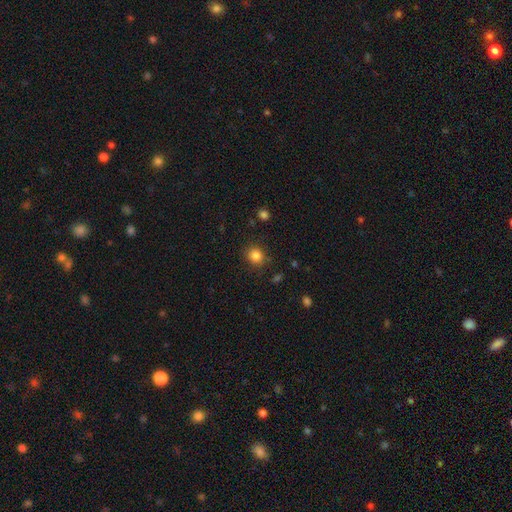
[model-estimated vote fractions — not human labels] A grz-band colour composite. It shows a smooth galaxy with no disk features (83%) that is round (81%). Merging: none (85%).